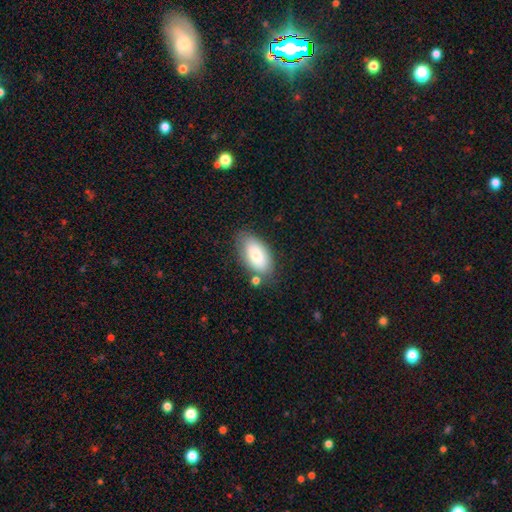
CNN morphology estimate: Smooth or featured: smooth — 81% (featured or disk — 12%)
How rounded: in between — 93% (cigar-shaped — 4%)
Merging: none — 71% (minor disturbance — 17%)